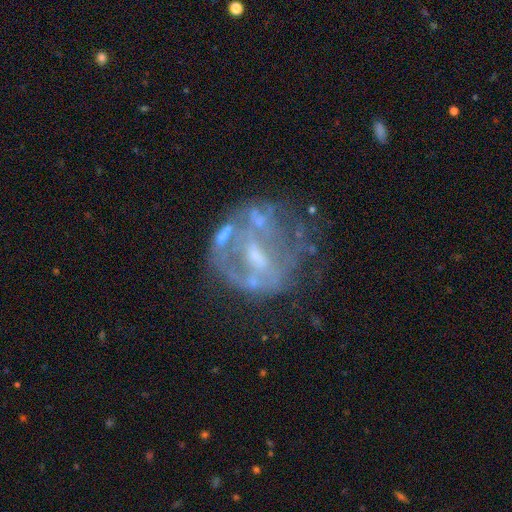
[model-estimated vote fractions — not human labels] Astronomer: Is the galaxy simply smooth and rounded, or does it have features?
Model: featured or disk — 72%.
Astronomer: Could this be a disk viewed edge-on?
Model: no — 97%.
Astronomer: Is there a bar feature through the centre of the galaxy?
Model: no — 50% (runner-up: weak, 34%).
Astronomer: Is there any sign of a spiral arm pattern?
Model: no — 73%.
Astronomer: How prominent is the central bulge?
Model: small — 35% (runner-up: moderate, 34%).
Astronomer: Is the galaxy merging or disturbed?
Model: none — 44% (runner-up: major disturbance, 27%).